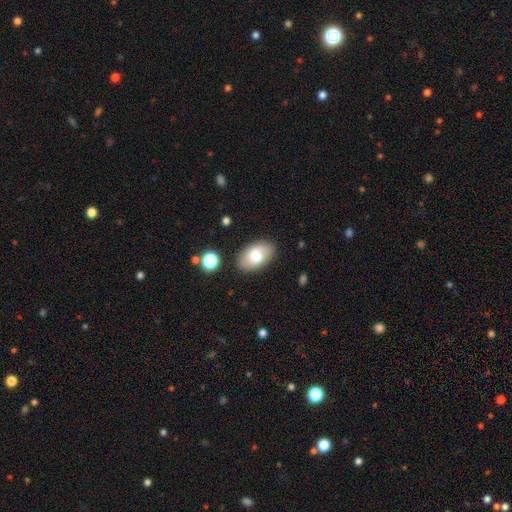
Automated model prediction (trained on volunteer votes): Smooth or featured?
  - smooth: 74% *
  - featured or disk: 18%
  - star or artifact: 8%
How rounded?
  - in between: 92% *
  - round: 6%
  - cigar-shaped: 1%
Merging?
  - none: 83% *
  - minor disturbance: 12%
  - major disturbance: 3%
  - merger: 2%